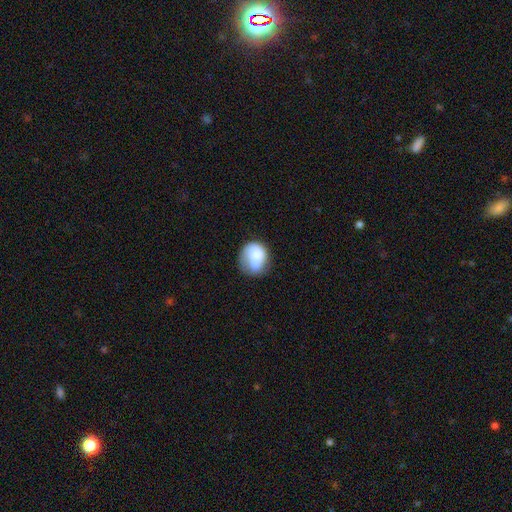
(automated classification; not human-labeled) The model was most divided on "merging": none: 35%, merger: 30%, minor disturbance: 22%, major disturbance: 14%. More confident: how rounded — round (68%); smooth or featured — smooth (67%).